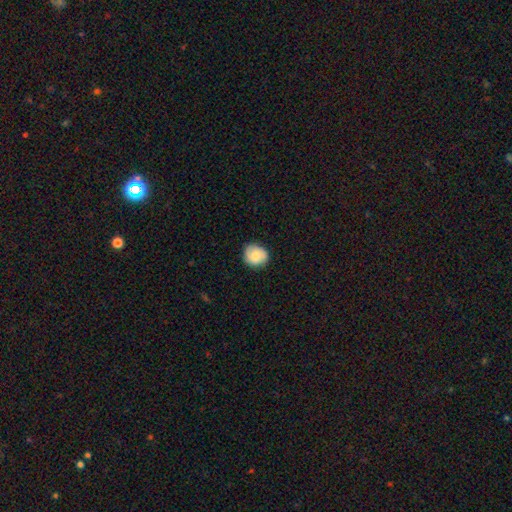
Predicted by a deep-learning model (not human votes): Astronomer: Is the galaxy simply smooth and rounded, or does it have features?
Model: smooth — 76%.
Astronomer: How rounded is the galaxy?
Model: round — 84%.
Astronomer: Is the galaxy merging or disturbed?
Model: none — 84%.